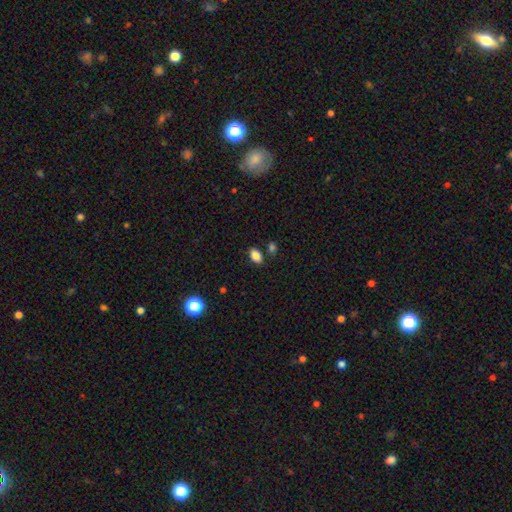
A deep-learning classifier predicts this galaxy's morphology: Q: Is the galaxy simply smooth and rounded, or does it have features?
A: smooth — 85%.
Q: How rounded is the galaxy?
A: in between — 88%.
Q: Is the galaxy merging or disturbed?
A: none — 80%.